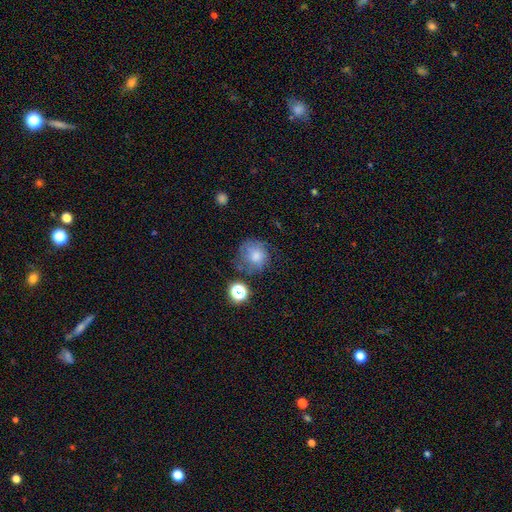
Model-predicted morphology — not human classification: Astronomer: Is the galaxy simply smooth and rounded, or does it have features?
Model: smooth — 63%.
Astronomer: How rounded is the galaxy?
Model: round — 86%.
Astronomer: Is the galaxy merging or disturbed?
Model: none — 59%.